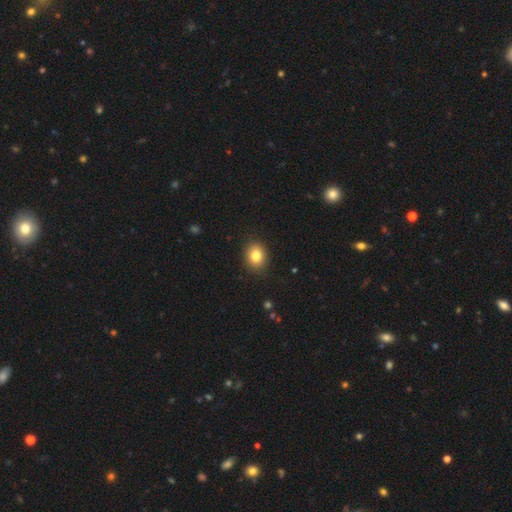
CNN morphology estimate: A smooth galaxy with no disk features (82%) that is round (51%).

Vote fractions:
- Smooth or featured? smooth: 82% / star or artifact: 10% / featured or disk: 8%
- How rounded? round: 51% / in between: 48% / cigar-shaped: 1%
- Merging? none: 88% / minor disturbance: 9% / major disturbance: 2% / merger: 1%